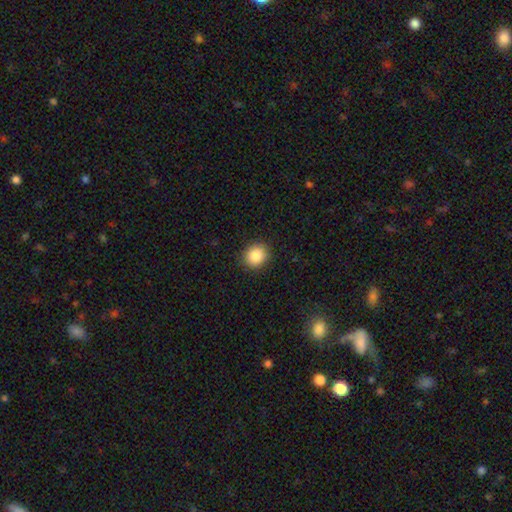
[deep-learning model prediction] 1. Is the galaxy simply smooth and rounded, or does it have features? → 86% smooth, 9% star or artifact, 5% featured or disk.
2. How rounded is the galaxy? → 80% round, 19% in between, 1% cigar-shaped.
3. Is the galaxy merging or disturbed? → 90% none, 7% minor disturbance, 2% major disturbance, 1% merger.